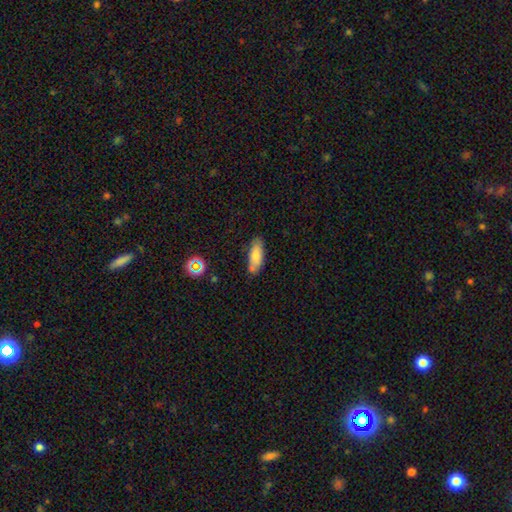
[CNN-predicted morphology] This appears to be a smooth galaxy with no disk features (76%) that is in between round and cigar-shaped (71%). Merging: none (70%).